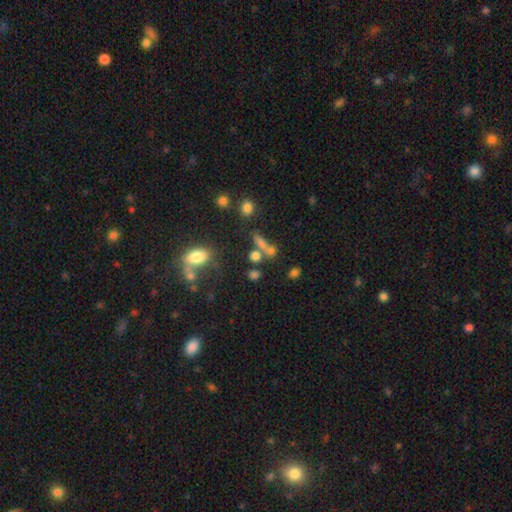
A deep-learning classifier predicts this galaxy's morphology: This appears to be a smooth galaxy with no disk features (68%) that is round (38%). Merging: none (48%).